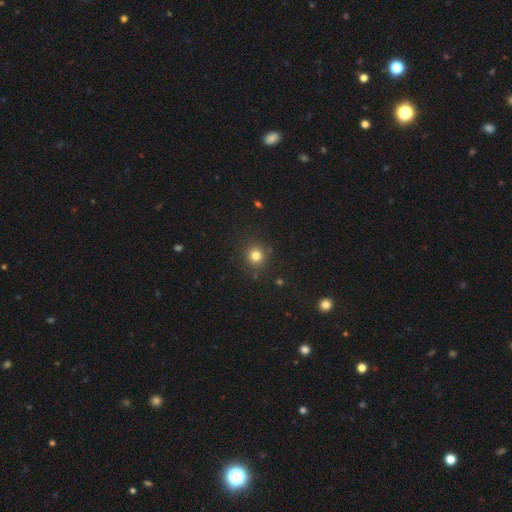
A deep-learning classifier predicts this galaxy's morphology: smooth 80%, star or artifact 14%, featured or disk 6%. Down the decision tree: how rounded — round (90%); merging — none (87%).